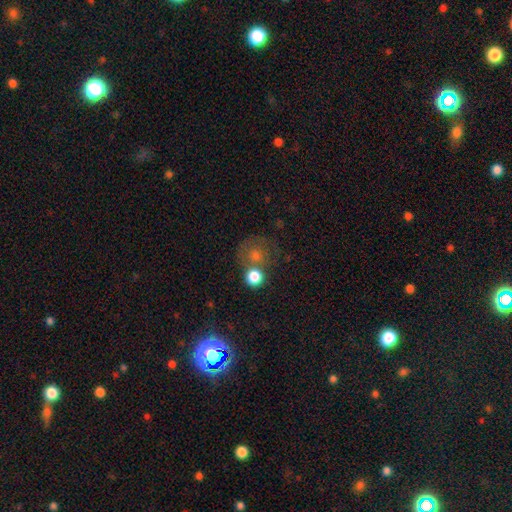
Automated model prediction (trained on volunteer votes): Smooth or featured? smooth (49%)
Merging? none (56%)